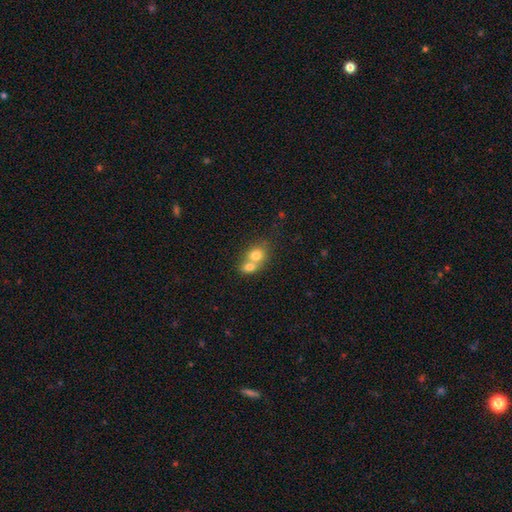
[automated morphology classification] A smooth galaxy with no disk features (74%) that is round (62%).

Vote fractions:
- Smooth or featured? smooth: 74% / featured or disk: 17% / star or artifact: 9%
- How rounded? round: 62% / in between: 37% / cigar-shaped: 1%
- Merging? merger: 70% / none: 22% / minor disturbance: 5% / major disturbance: 2%